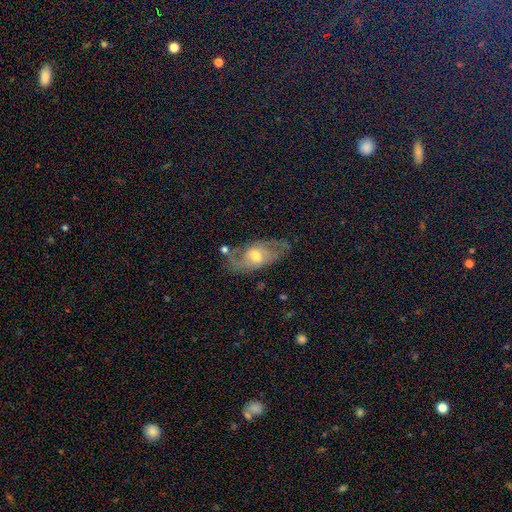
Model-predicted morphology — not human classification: A featured or disk galaxy (70%) with no bar (52%), 2 (59%) medium (43%) spiral arms (79%) and a moderate central bulge (64%). Merging: none (54%).